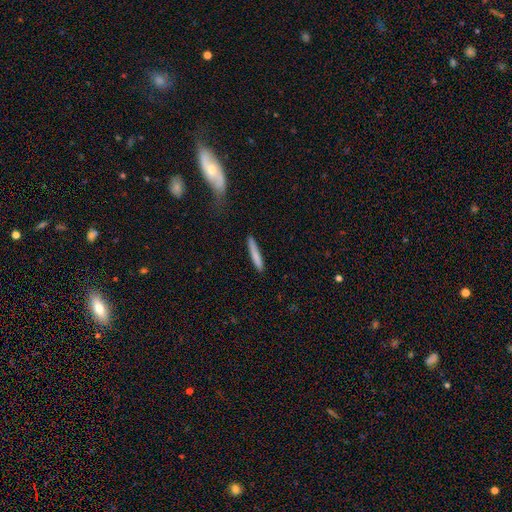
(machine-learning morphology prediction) This appears to be a smooth galaxy with no disk features (79%) that is cigar-shaped (95%). Merging: none (85%).